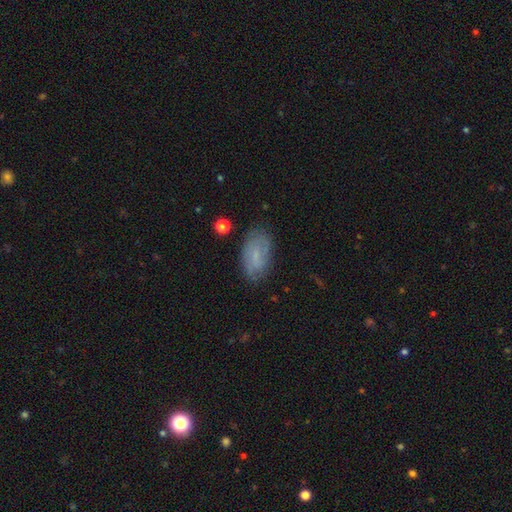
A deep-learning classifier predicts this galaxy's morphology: This is likely a smooth galaxy (61%). How rounded: clearly in between (92%). Merging: likely none (77%).